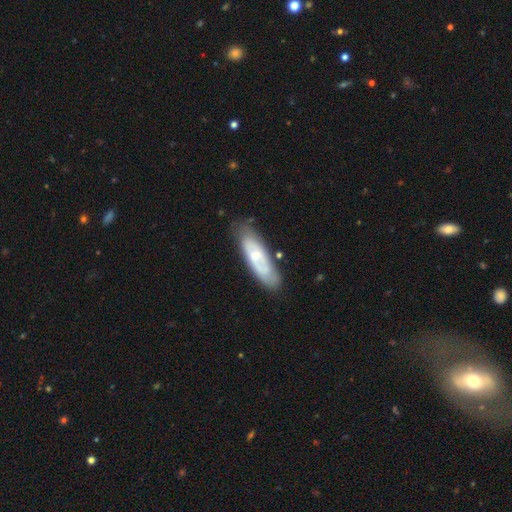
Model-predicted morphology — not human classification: Q: Smooth or featured?
A: featured or disk (57%); runner-up: smooth (37%)
Q: Edge-on disk?
A: no (78%); runner-up: yes (22%)
Q: Merging?
A: none (73%); runner-up: minor disturbance (19%)